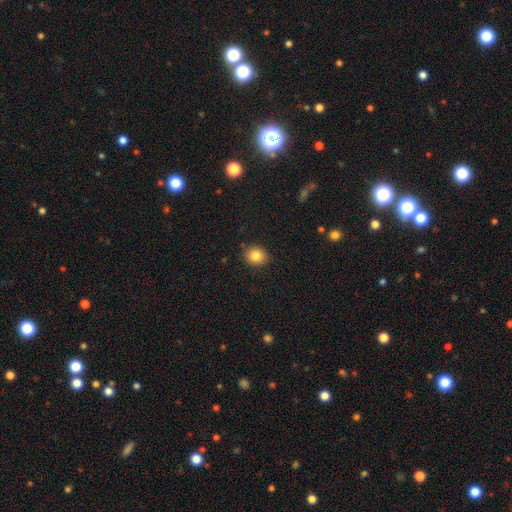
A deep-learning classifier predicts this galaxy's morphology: This appears to be a smooth galaxy with no disk features (84%) that is round (76%). Merging: none (89%).